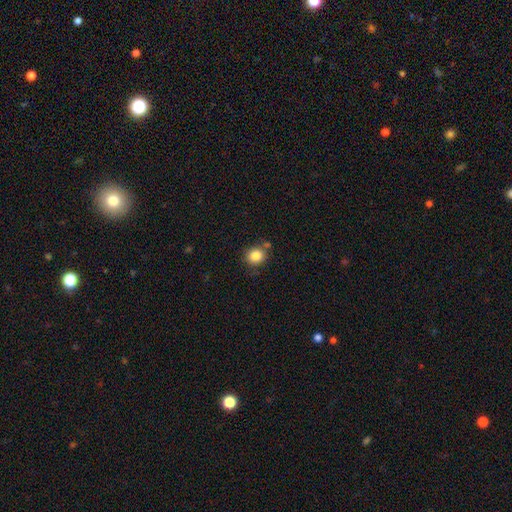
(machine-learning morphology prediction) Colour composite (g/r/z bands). It shows a smooth galaxy with no disk features (85%) that is round (80%). Merging: none (75%).